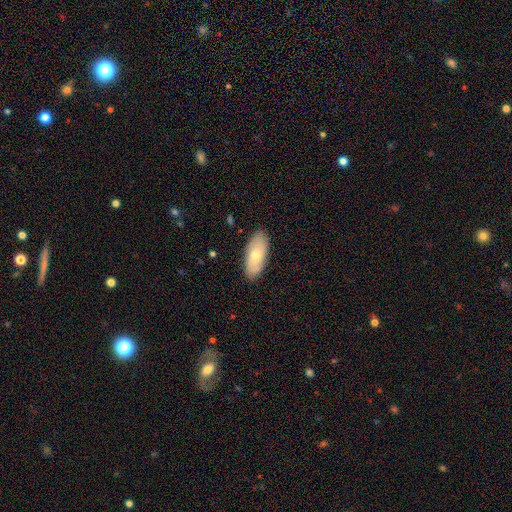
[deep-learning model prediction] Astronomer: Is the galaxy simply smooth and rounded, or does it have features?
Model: smooth — 67%.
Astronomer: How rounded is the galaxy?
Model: in between — 86%.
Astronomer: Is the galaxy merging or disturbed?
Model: none — 86%.